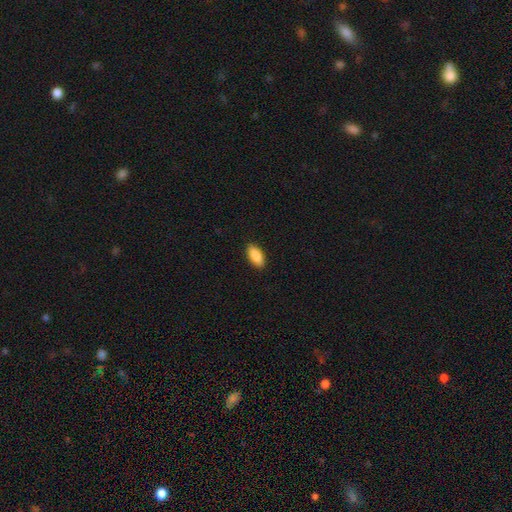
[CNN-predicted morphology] This is clearly a smooth galaxy (89%). How rounded: clearly in between (87%). Merging: clearly none (90%).